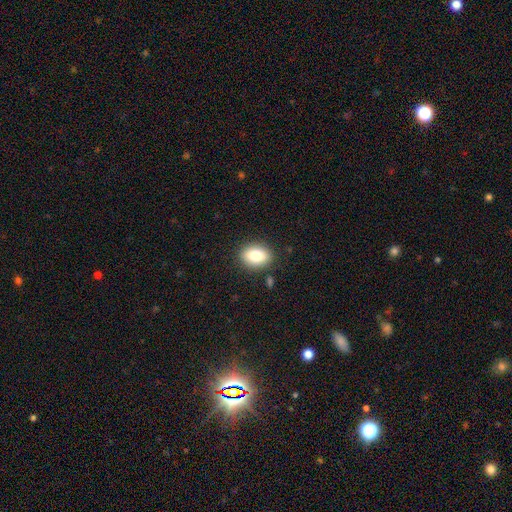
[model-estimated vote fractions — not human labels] A smooth galaxy with no disk features (82%) that is in between round and cigar-shaped (70%).

Vote fractions:
- Smooth or featured? smooth: 82% / featured or disk: 10% / star or artifact: 9%
- How rounded? in between: 70% / round: 28% / cigar-shaped: 1%
- Merging? none: 87% / minor disturbance: 9% / major disturbance: 3% / merger: 2%